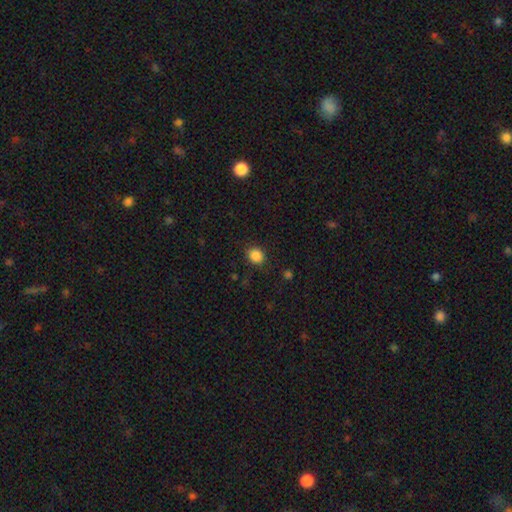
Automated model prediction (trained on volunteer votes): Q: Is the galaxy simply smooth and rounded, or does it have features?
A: smooth — 85%.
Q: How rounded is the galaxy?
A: round — 71%.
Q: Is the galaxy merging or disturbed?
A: none — 84%.